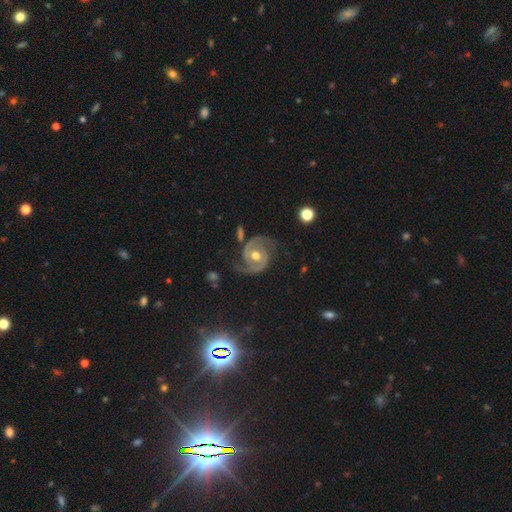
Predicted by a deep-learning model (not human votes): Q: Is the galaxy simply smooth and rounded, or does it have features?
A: featured or disk — 91%.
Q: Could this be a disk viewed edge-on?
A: no — 98%.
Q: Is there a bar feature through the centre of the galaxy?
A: no — 61%.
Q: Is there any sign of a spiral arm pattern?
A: yes — 97%.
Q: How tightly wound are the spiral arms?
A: medium — 49%.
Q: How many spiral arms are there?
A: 2 — 93%.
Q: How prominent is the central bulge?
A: moderate — 79%.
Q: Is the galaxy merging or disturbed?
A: none — 72%.